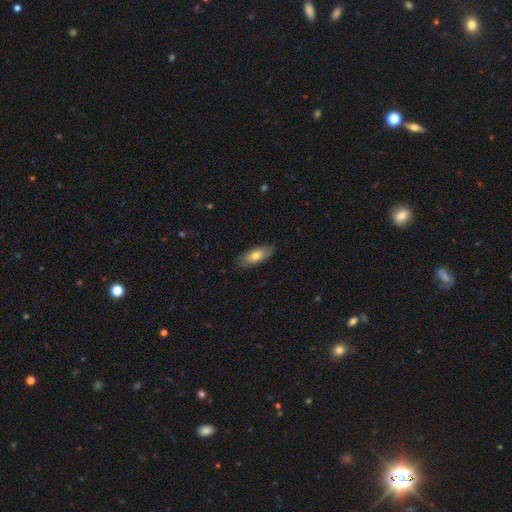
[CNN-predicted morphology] smooth_or_featured: smooth (p=0.72) [alt: featured or disk p=0.22]
how_rounded: in between (p=0.76) [alt: cigar-shaped p=0.21]
merging: none (p=0.83) [alt: minor disturbance p=0.13]